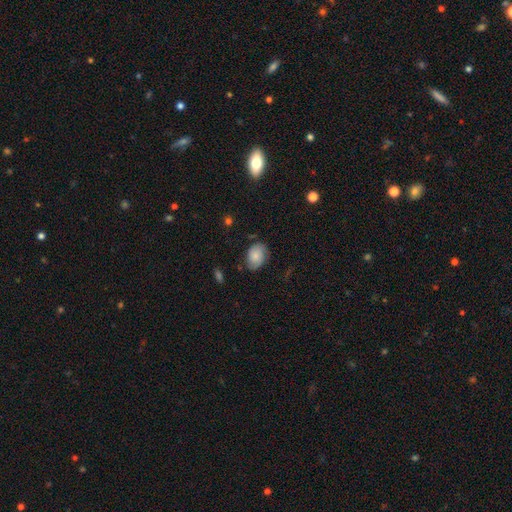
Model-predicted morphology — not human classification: Smooth or featured? smooth (75%)
How rounded? in between (79%)
Merging? none (72%)